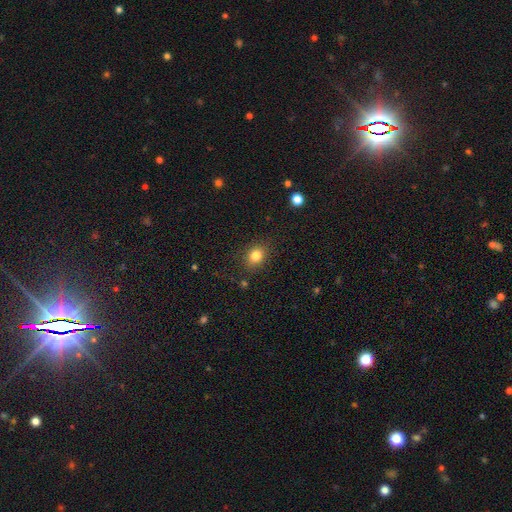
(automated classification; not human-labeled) Smooth or featured? Predicted: smooth (p=0.82). How rounded? Predicted: round (p=0.54). Merging? Predicted: none (p=0.84).